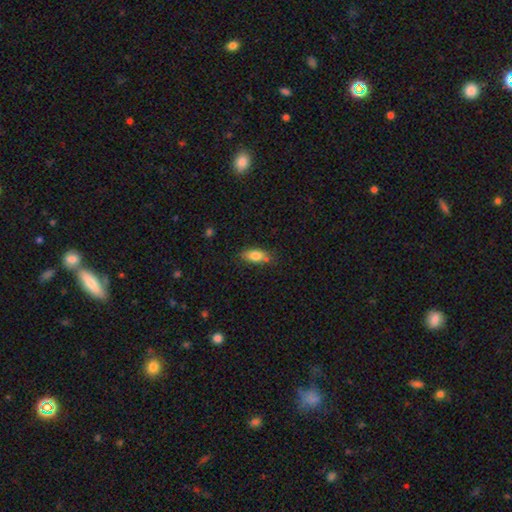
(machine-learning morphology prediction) A smooth galaxy with no disk features (80%) that is in between round and cigar-shaped (83%). Merging: none (71%).